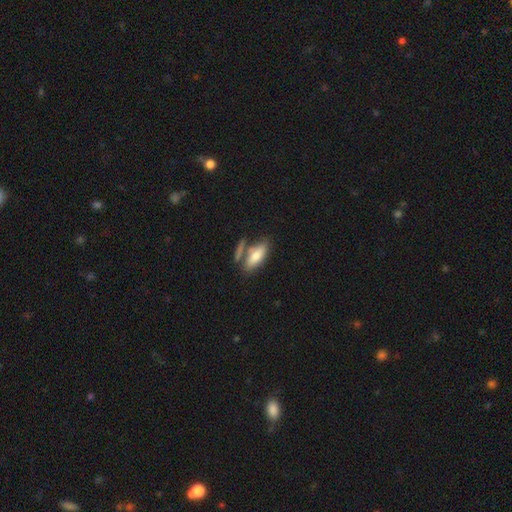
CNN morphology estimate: This appears to be a smooth galaxy with no disk features (74%) that is in between round and cigar-shaped (78%). Merging: none (52%).